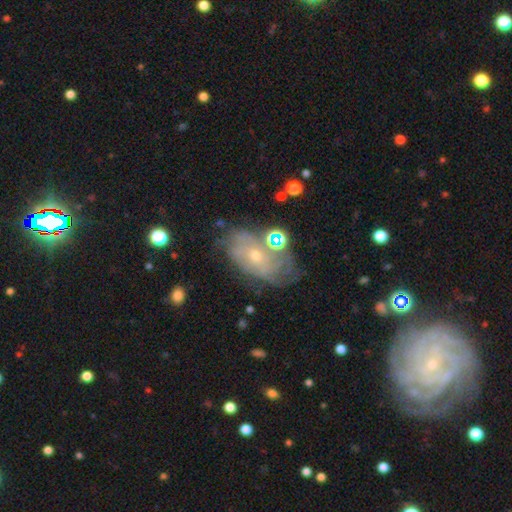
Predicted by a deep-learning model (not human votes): The model was most divided on "merging": none: 50%, minor disturbance: 25%, major disturbance: 16%, merger: 8%. More confident: edge-on disk — no (94%); bar — no (76%); spiral arms — yes (74%); smooth or featured — featured or disk (65%); bulge size — small (63%).